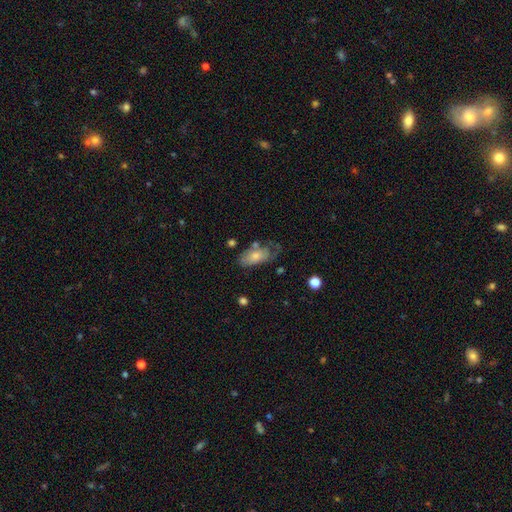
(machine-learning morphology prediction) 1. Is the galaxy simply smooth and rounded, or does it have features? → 68% smooth, 25% featured or disk, 7% star or artifact.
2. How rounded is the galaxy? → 91% in between, 6% cigar-shaped, 3% round.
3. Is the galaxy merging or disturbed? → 39% none, 32% minor disturbance, 21% major disturbance, 8% merger.